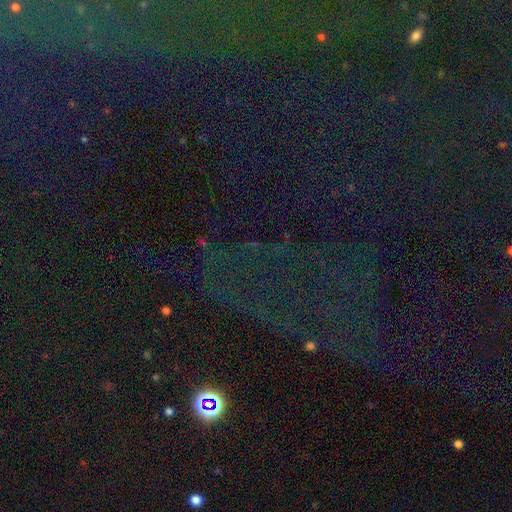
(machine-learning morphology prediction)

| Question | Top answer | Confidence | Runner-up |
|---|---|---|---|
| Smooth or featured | star or artifact | 83% | smooth (9%) |